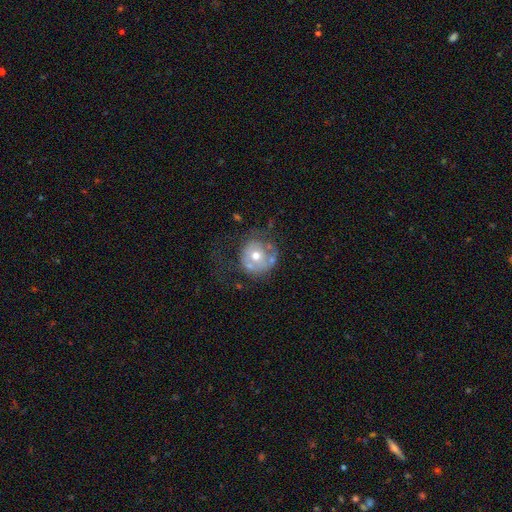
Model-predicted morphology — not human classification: This is possibly a featured or disk galaxy (46%, tied with smooth). Merging: marginally none (40%).